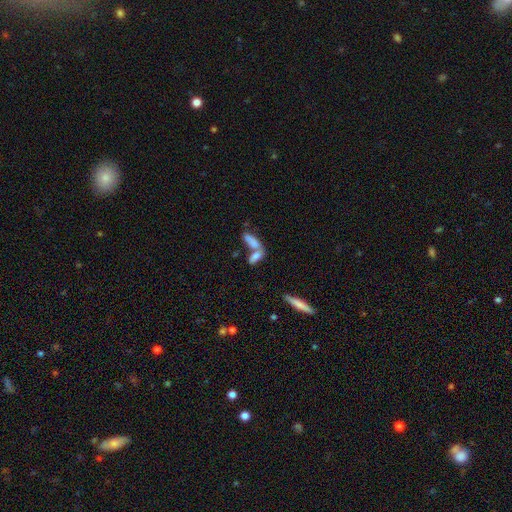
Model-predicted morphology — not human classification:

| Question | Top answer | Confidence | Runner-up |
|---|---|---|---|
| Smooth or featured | smooth | 71% | featured or disk (19%) |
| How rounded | in between | 67% | cigar-shaped (29%) |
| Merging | merger | 53% | none (33%) |